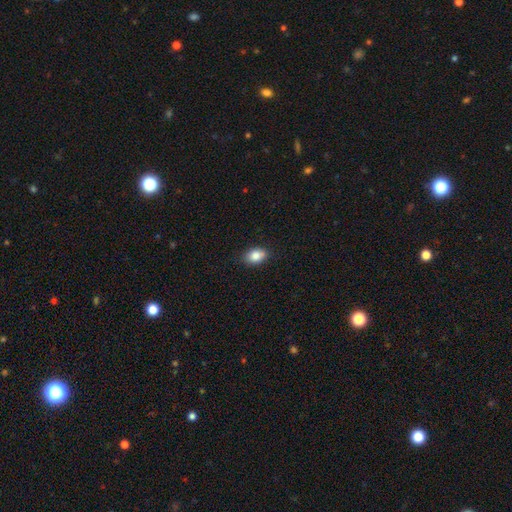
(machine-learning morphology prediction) Q: Smooth or featured?
A: smooth (85%); runner-up: star or artifact (8%)
Q: How rounded?
A: in between (82%); runner-up: round (16%)
Q: Merging?
A: none (86%); runner-up: minor disturbance (11%)